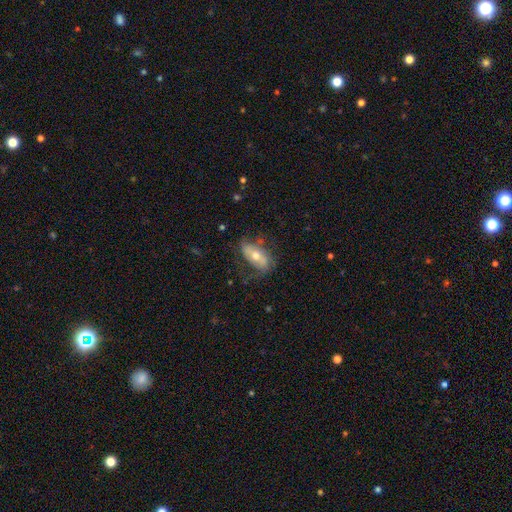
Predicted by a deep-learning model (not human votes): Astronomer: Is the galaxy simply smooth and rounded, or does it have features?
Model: smooth — 48% (runner-up: featured or disk, 45%).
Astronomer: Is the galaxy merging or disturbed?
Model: none — 62%.